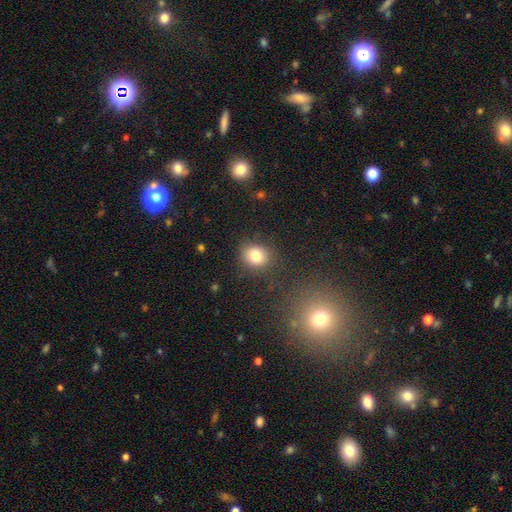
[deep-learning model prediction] A smooth galaxy with no disk features (80%) that is round (74%).

Vote fractions:
- Smooth or featured? smooth: 80% / star or artifact: 12% / featured or disk: 8%
- How rounded? round: 74% / in between: 25% / cigar-shaped: 1%
- Merging? none: 82% / minor disturbance: 11% / major disturbance: 4% / merger: 3%